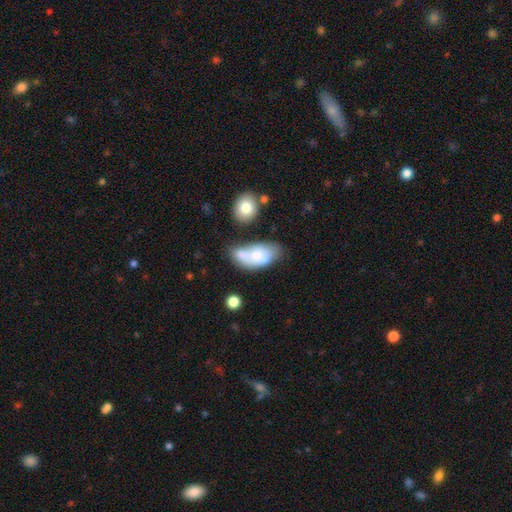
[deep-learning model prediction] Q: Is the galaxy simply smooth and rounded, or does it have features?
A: smooth — 58%.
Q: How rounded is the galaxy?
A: in between — 90%.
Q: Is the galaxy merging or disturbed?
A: merger — 38%.